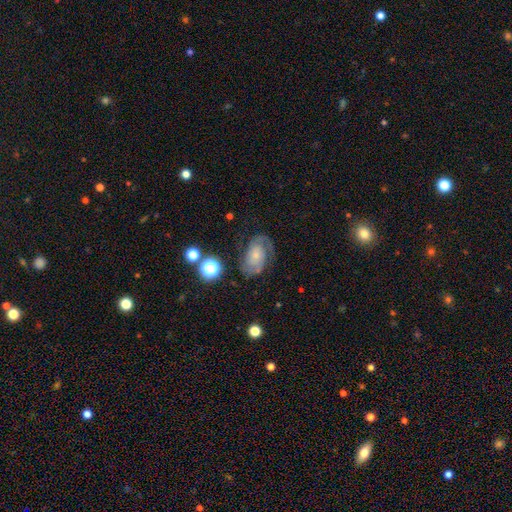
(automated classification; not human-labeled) featured or disk 76%, smooth 16%, star or artifact 8%. Down the decision tree: edge-on disk — no (97%); bar — no (71%); spiral arms — yes (94%); spiral arm count — 2 (77%); spiral winding — medium (45%); bulge size — small (66%); merging — none (68%).